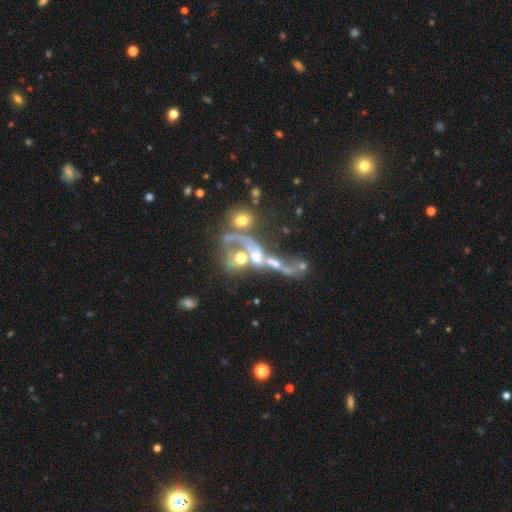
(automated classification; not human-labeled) Smooth or featured?
  - featured or disk: 61% *
  - smooth: 21%
  - star or artifact: 18%
Edge-on disk?
  - no: 93% *
  - yes: 7%
Bar?
  - no: 79% *
  - weak: 14%
  - strong: 7%
Spiral arms?
  - no: 64% *
  - yes: 36%
Bulge size?
  - moderate: 39% *
  - none: 25%
  - small: 22%
  - large: 11%
  - dominant: 4%
Merging?
  - merger: 58% *
  - major disturbance: 22%
  - none: 13%
  - minor disturbance: 6%